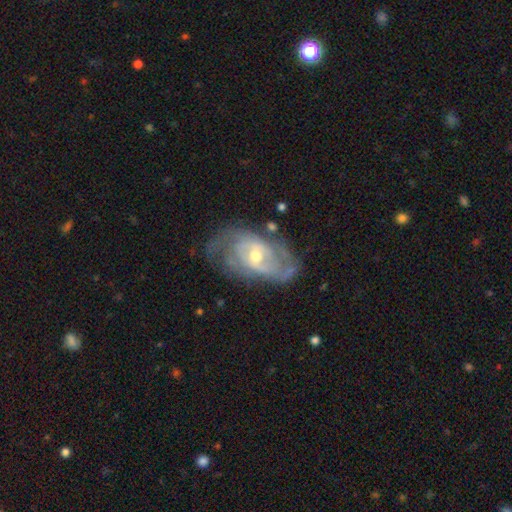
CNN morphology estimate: smooth_or_featured: featured or disk (p=0.83) [alt: smooth p=0.11]
disk_edge_on: no (p=0.95) [alt: yes p=0.05]
bar: no (p=0.53) [alt: weak p=0.37]
has_spiral_arms: yes (p=0.85) [alt: no p=0.15]
spiral_winding: tight (p=0.54) [alt: medium p=0.34]
spiral_arm_count: 2 (p=0.41) [alt: can't tell p=0.37]
bulge_size: moderate (p=0.60) [alt: small p=0.36]
merging: none (p=0.60) [alt: minor disturbance p=0.24]